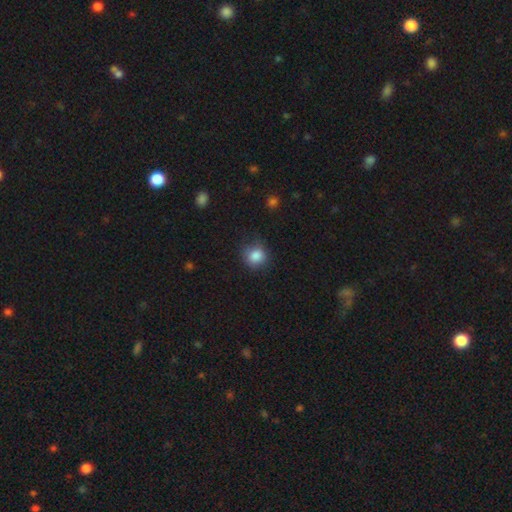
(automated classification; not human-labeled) This appears to be a smooth galaxy with no disk features (84%) that is round (81%). Merging: none (72%).